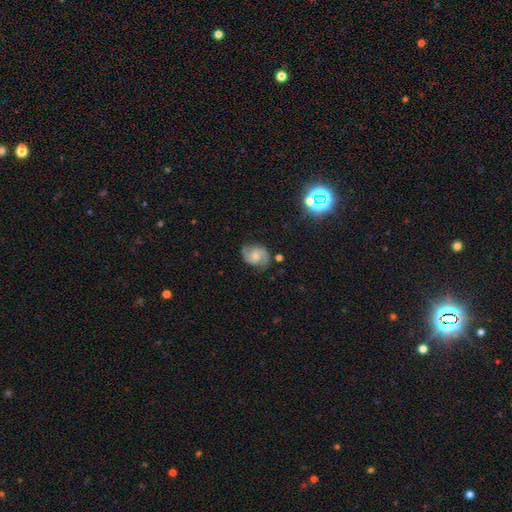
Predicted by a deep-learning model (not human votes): This appears to be a featured or disk galaxy (78%) with no bar (58%), 2 (90%) medium (52%) spiral arms (96%) and a moderate central bulge (44%). Merging: none (76%).